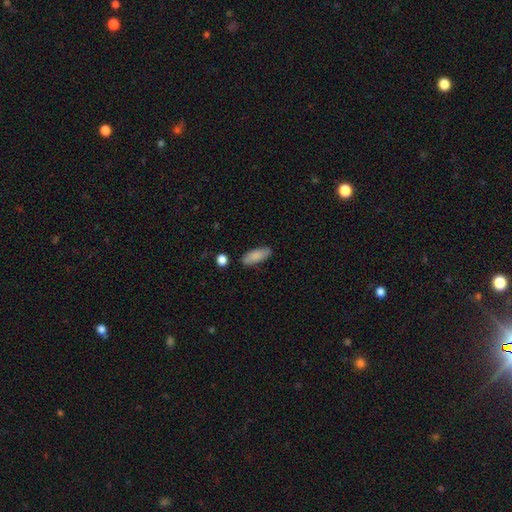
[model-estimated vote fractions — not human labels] smooth 85%, featured or disk 9%, star or artifact 7%. Down the decision tree: how rounded — in between (78%); merging — none (80%).